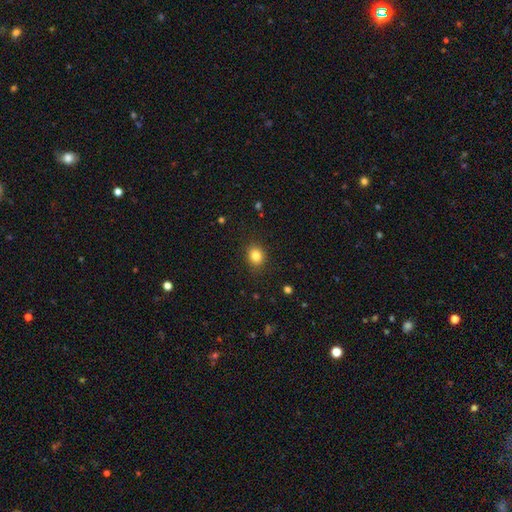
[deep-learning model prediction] The model was most divided on "how rounded": round: 67%, in between: 32%, cigar-shaped: 1%. More confident: merging — none (87%); smooth or featured — smooth (83%).